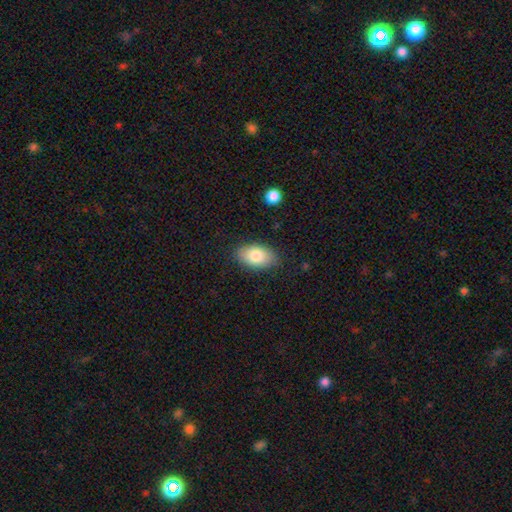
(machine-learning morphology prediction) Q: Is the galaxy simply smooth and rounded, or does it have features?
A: smooth — 82%.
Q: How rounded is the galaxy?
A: in between — 92%.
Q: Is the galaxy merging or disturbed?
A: none — 85%.